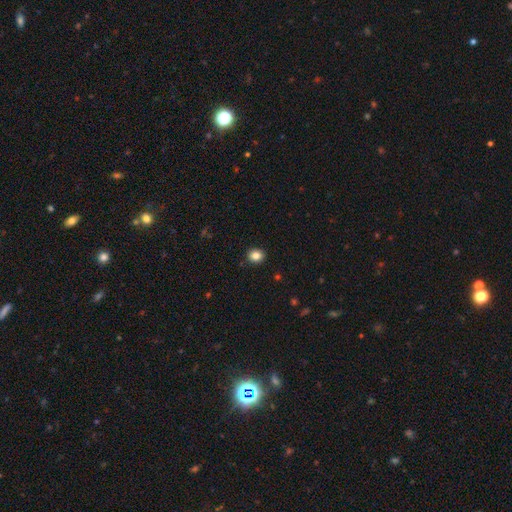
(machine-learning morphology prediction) Smooth or featured? Predicted: smooth (p=0.85). How rounded? Predicted: round (p=0.71). Merging? Predicted: none (p=0.91).